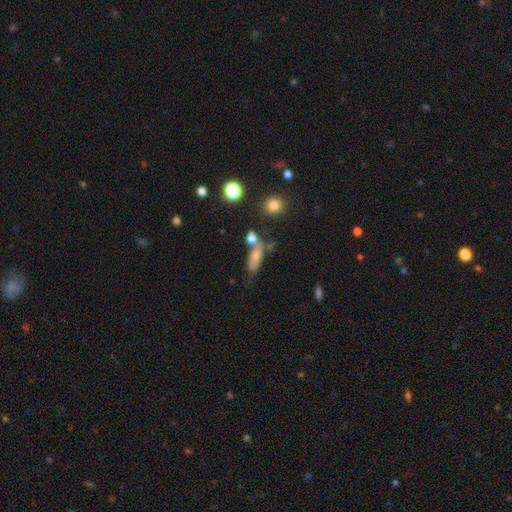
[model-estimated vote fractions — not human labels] A smooth galaxy with no disk features (68%) that is in between round and cigar-shaped (62%). Merging: none (46%).